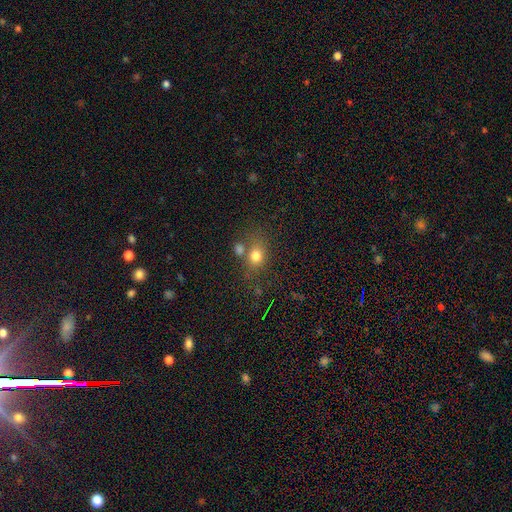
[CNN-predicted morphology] smooth 75%, star or artifact 14%, featured or disk 11%. Down the decision tree: how rounded — round (55%); merging — none (55%).